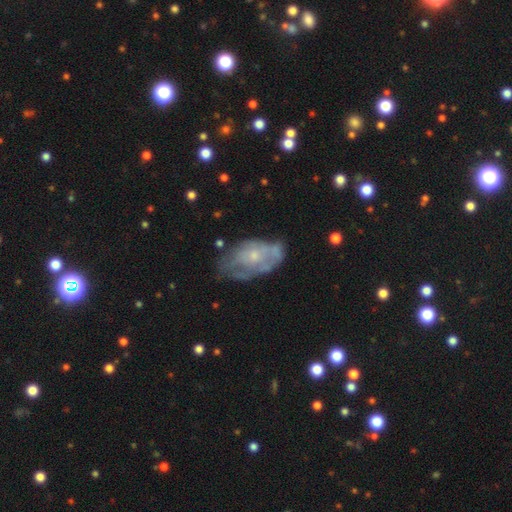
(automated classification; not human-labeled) A featured or disk galaxy (61%) with no bar (83%), spiral arms (50%, tied with no) and a small central bulge (64%).

Vote fractions:
- Smooth or featured? featured or disk: 61% / smooth: 31% / star or artifact: 8%
- Edge-on disk? no: 94% / yes: 6%
- Bar? no: 83% / weak: 14% / strong: 2%
- Spiral arms? yes: 50% (tied) / no: 50% (tied)
- Bulge size? small: 64% / moderate: 29% / none: 5% / large: 2% / dominant: 1%
- Merging? none: 52% / minor disturbance: 29% / major disturbance: 16% / merger: 3%